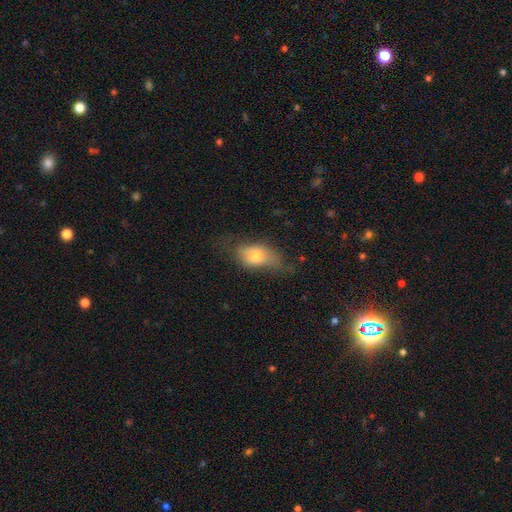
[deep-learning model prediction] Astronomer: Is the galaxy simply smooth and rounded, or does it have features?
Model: smooth — 68%.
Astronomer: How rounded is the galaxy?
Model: in between — 85%.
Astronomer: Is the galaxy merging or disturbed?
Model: none — 49% (runner-up: minor disturbance, 31%).